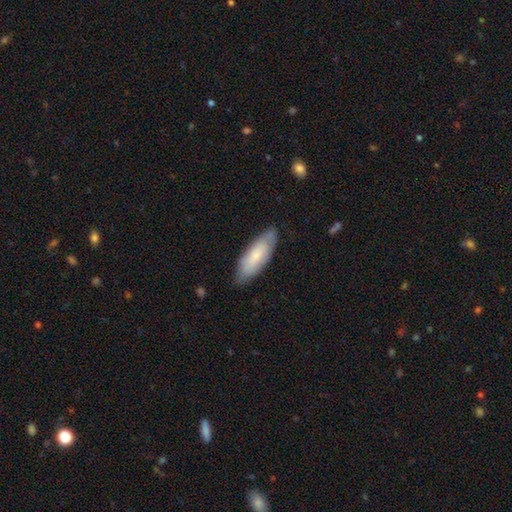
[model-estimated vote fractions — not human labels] smooth 70%, featured or disk 25%, star or artifact 6%. Down the decision tree: how rounded — in between (67%); merging — none (76%).